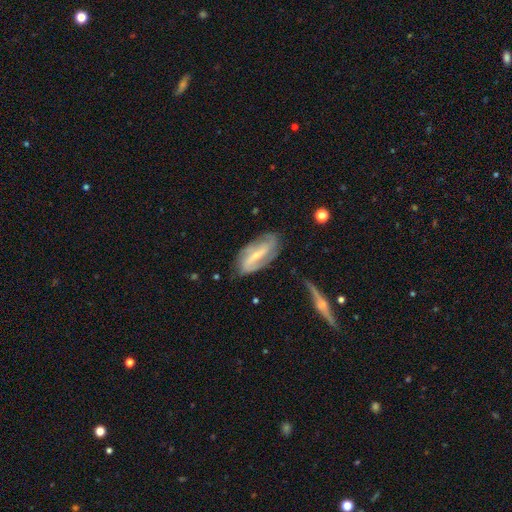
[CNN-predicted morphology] Smooth or featured: featured or disk — 78% (smooth — 16%)
Edge-on disk: no — 89% (yes — 11%)
Bar: strong — 55% (weak — 30%)
Spiral arms: yes — 91% (no — 9%)
Spiral winding: medium — 37% (loose — 33%)
Spiral arm count: 2 — 72% (can't tell — 13%)
Bulge size: small — 66% (moderate — 27%)
Merging: none — 71% (minor disturbance — 20%)